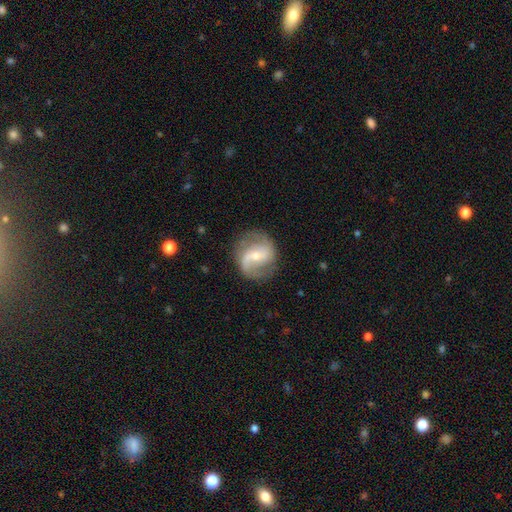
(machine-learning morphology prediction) Overall: featured or disk (84%). Edge-on disk: no (98%). Bar: weak (48%; no 29%). Spiral arms: yes (95%). Spiral arm count: 2 (85%). Spiral winding: medium (48%; loose 36%). Bulge size: small (51%; moderate 45%). Merging: none (80%).